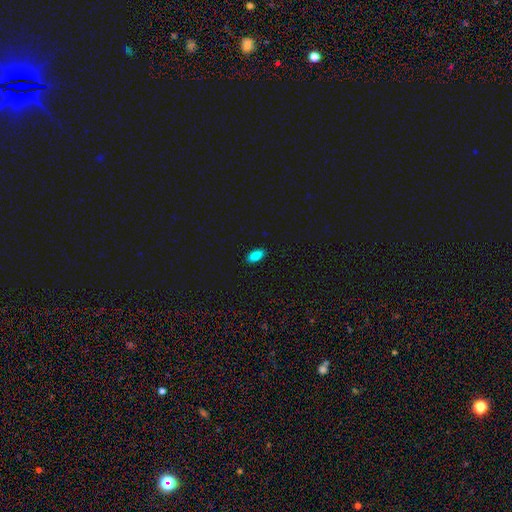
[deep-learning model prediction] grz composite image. It shows a smooth galaxy with no disk features (87%) that is in between round and cigar-shaped (91%). Merging: none (89%).